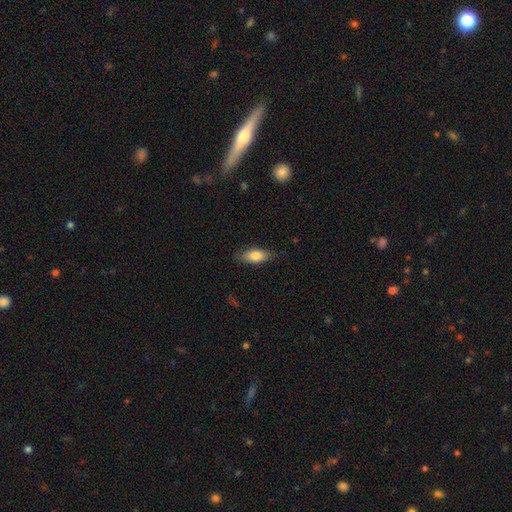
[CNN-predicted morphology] Q: Smooth or featured?
A: smooth (78%); runner-up: featured or disk (15%)
Q: How rounded?
A: in between (81%); runner-up: cigar-shaped (15%)
Q: Merging?
A: none (81%); runner-up: minor disturbance (15%)